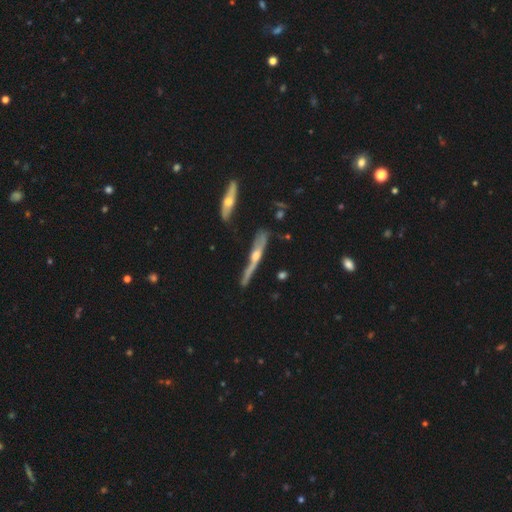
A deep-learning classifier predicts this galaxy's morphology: A featured or disk galaxy (75%) viewed edge-on (95%) with a rounded central bulge (86%). Merging: none (73%).